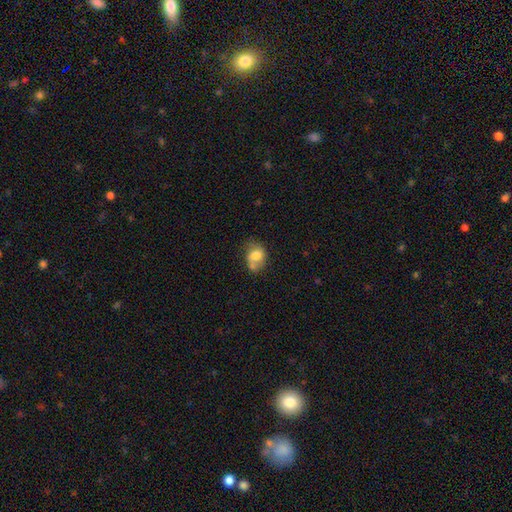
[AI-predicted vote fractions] Smooth or featured? smooth (70%)
How rounded? in between (52%)
Merging? none (38%)